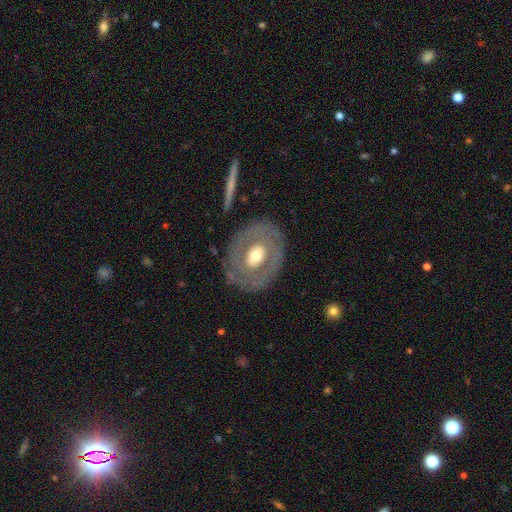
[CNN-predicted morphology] Smooth or featured? Predicted: featured or disk (p=0.60). Edge-on disk? Predicted: no (p=0.94). Bar? Predicted: no (p=0.70). Spiral arms? Predicted: no (p=0.75). Bulge size? Predicted: moderate (p=0.66). Merging? Predicted: none (p=0.80).